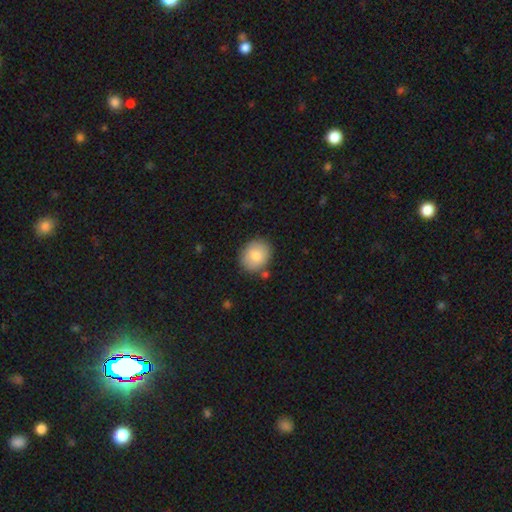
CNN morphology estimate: type=smooth (81%); roundness=round (68%); merging=none (81%).